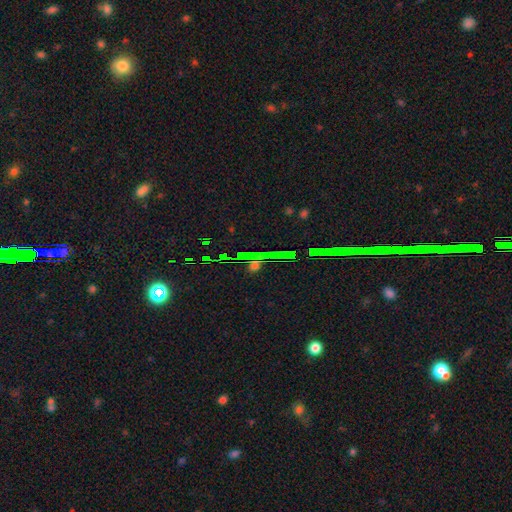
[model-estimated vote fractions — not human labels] This appears to be a star or artifact, not a galaxy (73%).